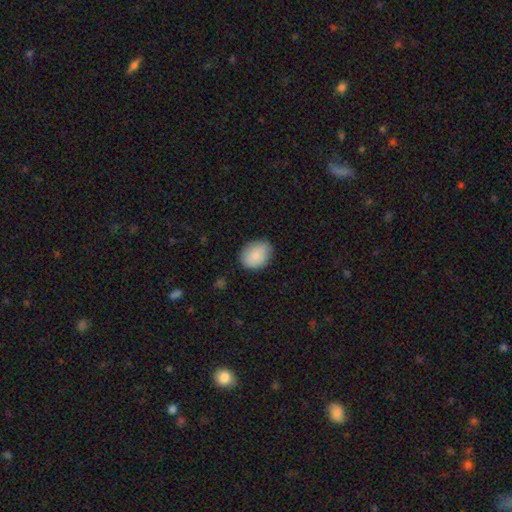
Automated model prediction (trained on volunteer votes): smooth_or_featured: smooth (p=0.86) [alt: featured or disk p=0.08]
how_rounded: in between (p=0.62) [alt: round p=0.37]
merging: none (p=0.82) [alt: minor disturbance p=0.14]